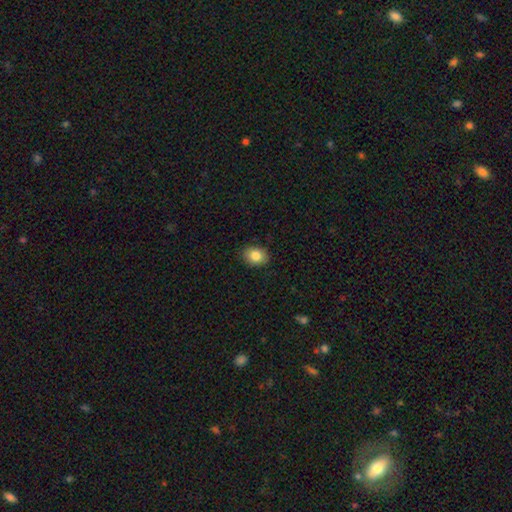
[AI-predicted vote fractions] Overall: smooth (84%). How rounded: in between (60%; round 39%). Merging: none (89%).